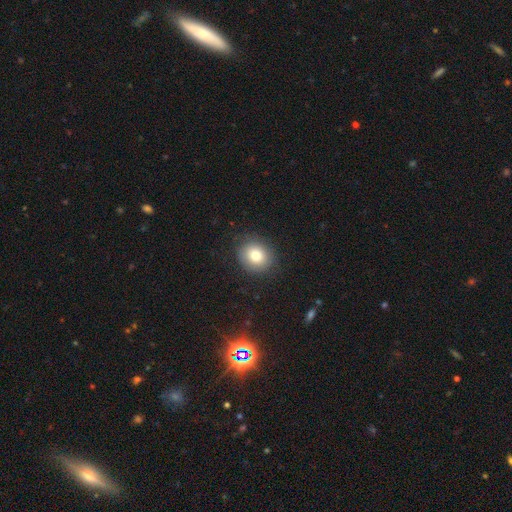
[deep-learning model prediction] Smooth or featured: smooth — 80% (featured or disk — 11%)
How rounded: round — 72% (in between — 27%)
Merging: none — 85% (minor disturbance — 11%)